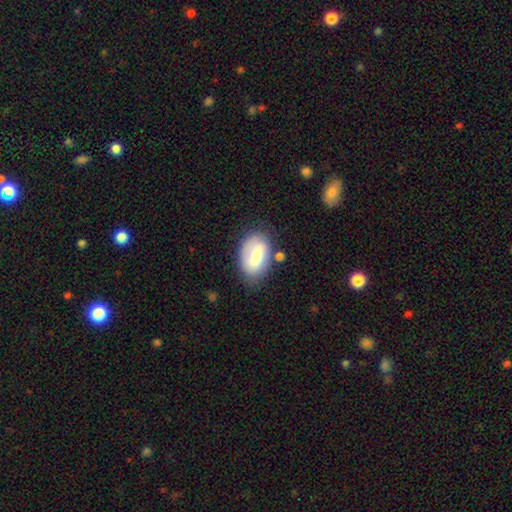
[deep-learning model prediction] A smooth galaxy with no disk features (61%) that is in between round and cigar-shaped (88%). Merging: none (66%).